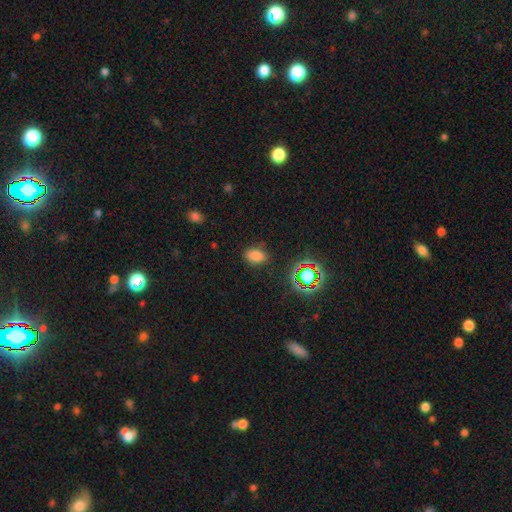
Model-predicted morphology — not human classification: smooth-or-featured: smooth: 76% | star or artifact: 19% | featured or disk: 5%
  how-rounded: in between: 84% | round: 15% | cigar-shaped: 2%
  merging: none: 84% | minor disturbance: 11% | major disturbance: 3% | merger: 2%